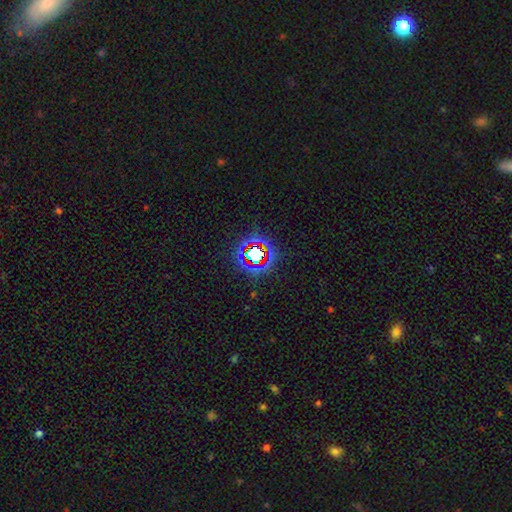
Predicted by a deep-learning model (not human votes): A star or artifact, not a galaxy (68%).